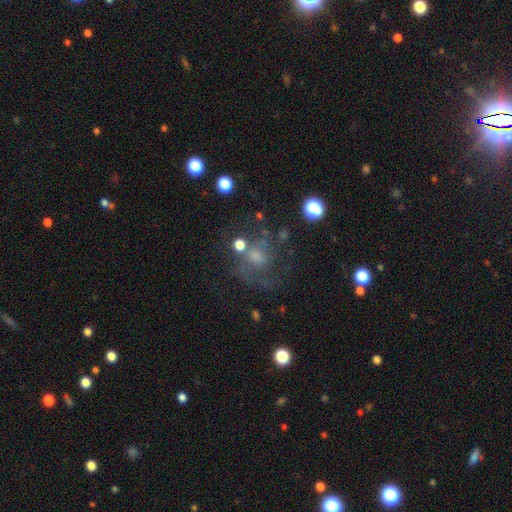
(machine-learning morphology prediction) Smooth or featured: featured or disk — 46% (smooth — 35%)
Merging: none — 50% (major disturbance — 24%)